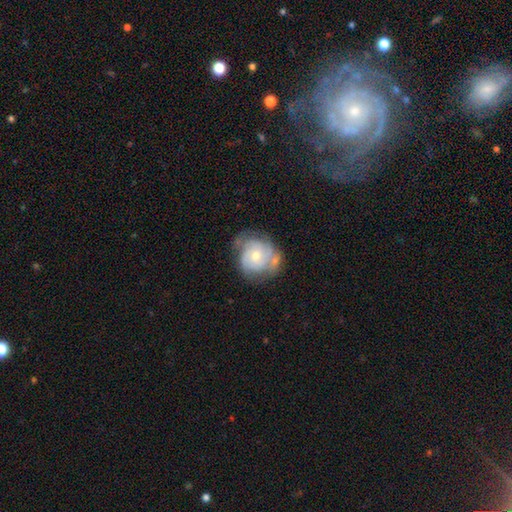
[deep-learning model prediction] Overall: featured or disk (71%). Edge-on disk: no (98%). Bar: no (78%). Spiral arms: yes (88%). Spiral arm count: can't tell (30%; 3 29%). Spiral winding: tight (59%; medium 31%). Bulge size: moderate (51%; small 45%). Merging: none (55%; minor disturbance 26%).